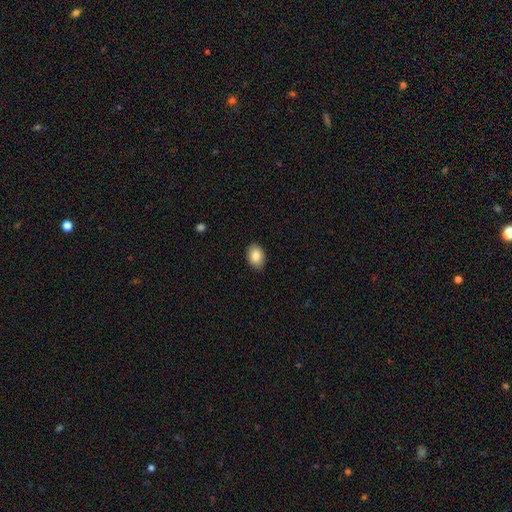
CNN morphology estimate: The model was most divided on "how rounded": in between: 80%, round: 19%, cigar-shaped: 1%. More confident: merging — none (86%); smooth or featured — smooth (85%).